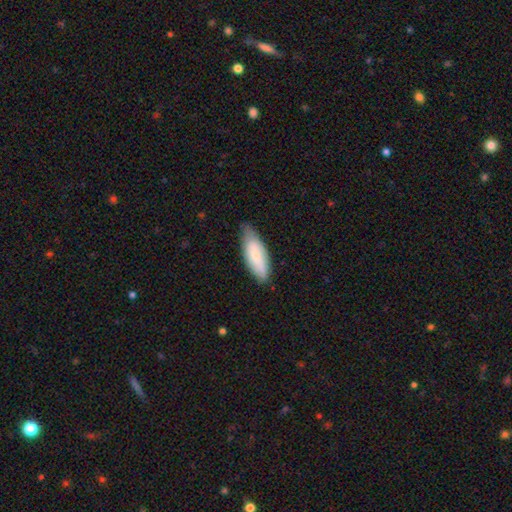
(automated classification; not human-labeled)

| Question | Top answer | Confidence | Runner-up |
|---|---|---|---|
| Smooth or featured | smooth | 77% | featured or disk (18%) |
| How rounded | in between | 68% | cigar-shaped (30%) |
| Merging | none | 68% | minor disturbance (27%) |